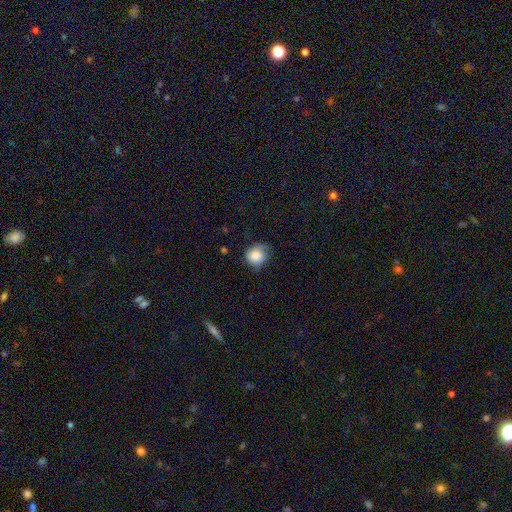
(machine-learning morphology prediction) smooth-or-featured: smooth: 81% | featured or disk: 11% | star or artifact: 8%
  how-rounded: round: 77% | in between: 22% | cigar-shaped: 1%
  merging: none: 55% | minor disturbance: 34% | major disturbance: 10% | merger: 1%